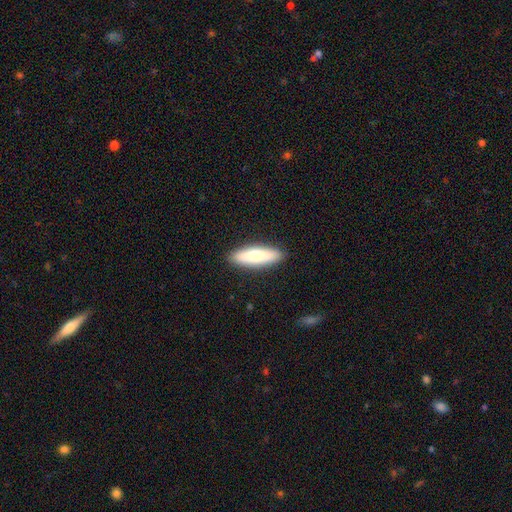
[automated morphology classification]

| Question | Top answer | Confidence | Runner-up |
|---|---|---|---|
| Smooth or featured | smooth | 73% | featured or disk (22%) |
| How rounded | cigar-shaped | 55% | in between (43%) |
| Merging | none | 90% | minor disturbance (7%) |